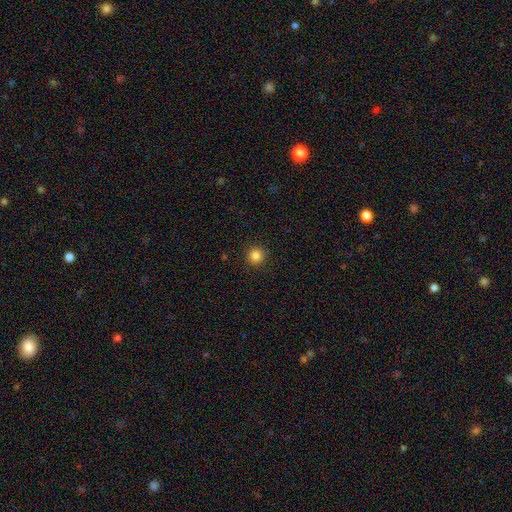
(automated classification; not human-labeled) Q: Smooth or featured?
A: smooth (84%); runner-up: star or artifact (12%)
Q: How rounded?
A: round (95%); runner-up: in between (4%)
Q: Merging?
A: none (92%); runner-up: minor disturbance (5%)